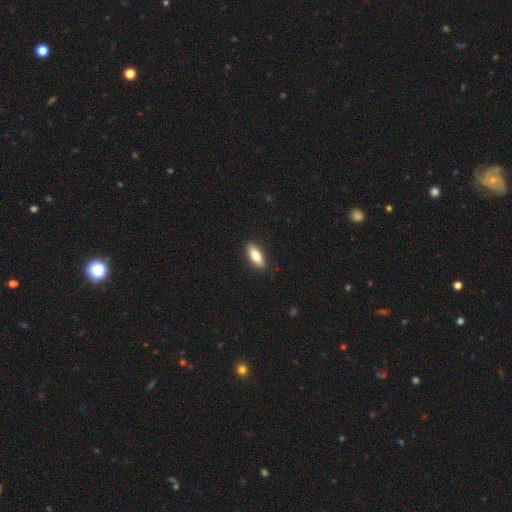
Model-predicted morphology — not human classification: Smooth or featured: smooth — 77% (featured or disk — 16%)
How rounded: in between — 72% (cigar-shaped — 25%)
Merging: none — 89% (minor disturbance — 8%)